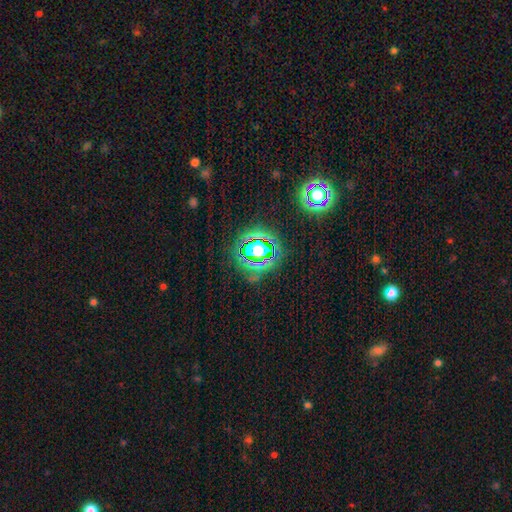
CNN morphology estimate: star or artifact 80%, smooth 12%, featured or disk 7%.